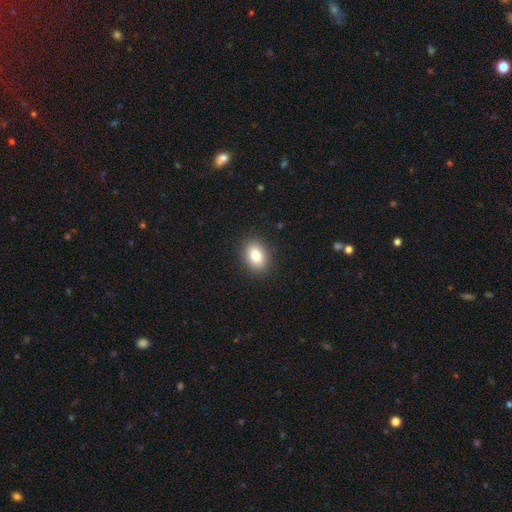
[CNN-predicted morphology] Smooth or featured: smooth — 84% (star or artifact — 8%)
How rounded: in between — 79% (round — 19%)
Merging: none — 89% (minor disturbance — 8%)